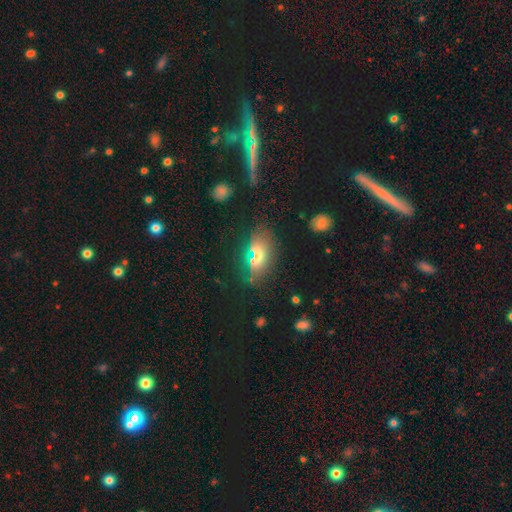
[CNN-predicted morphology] This appears to be a smooth galaxy with no disk features (64%) that is in between round and cigar-shaped (83%). Merging: none (77%).